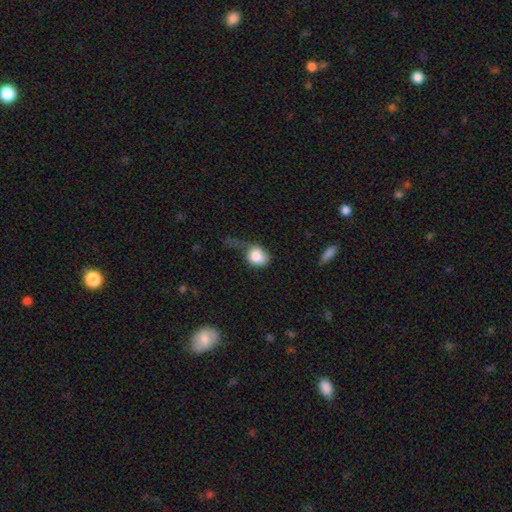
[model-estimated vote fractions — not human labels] Overall: smooth (83%). How rounded: round (56%; in between 43%). Merging: major disturbance (36%; minor disturbance 31%).